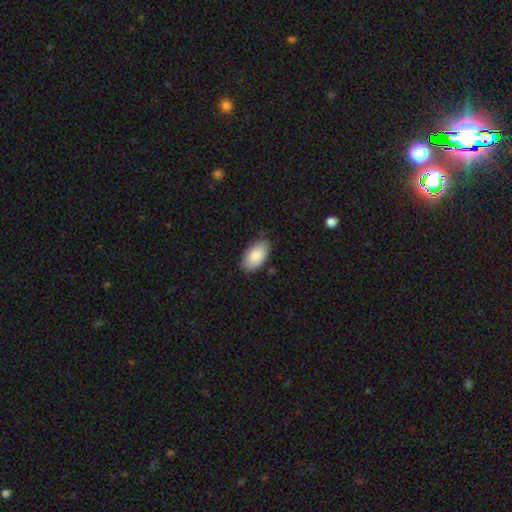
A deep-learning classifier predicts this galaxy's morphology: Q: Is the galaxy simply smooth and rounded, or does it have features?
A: smooth — 86%.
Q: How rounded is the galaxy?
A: in between — 95%.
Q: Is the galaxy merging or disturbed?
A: none — 82%.